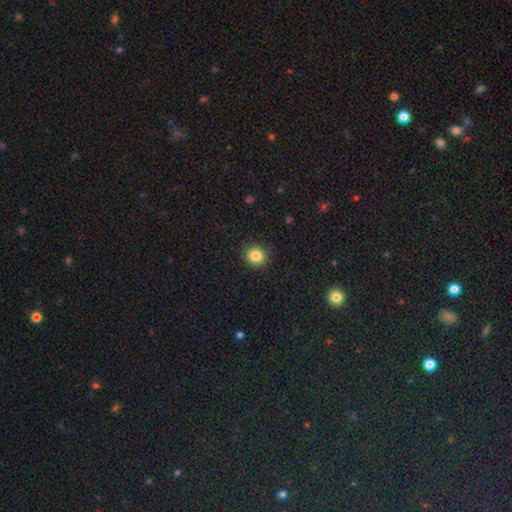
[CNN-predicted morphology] Overall: smooth (84%). How rounded: round (90%). Merging: none (91%).